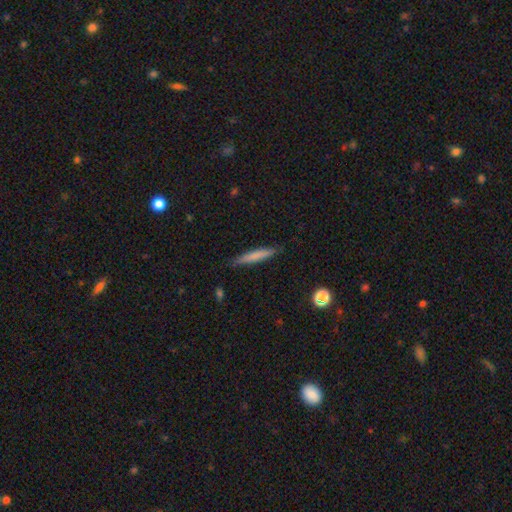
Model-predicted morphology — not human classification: Smooth or featured? Predicted: smooth (p=0.71). How rounded? Predicted: cigar-shaped (p=0.93). Merging? Predicted: none (p=0.85).